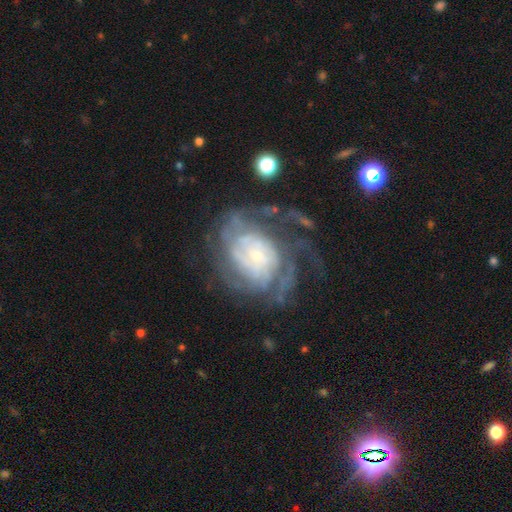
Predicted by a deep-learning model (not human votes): This appears to be a featured or disk galaxy (85%) with no bar (69%), tight (58%) spiral arms (92%) and a small central bulge (71%). Merging: none (48%).